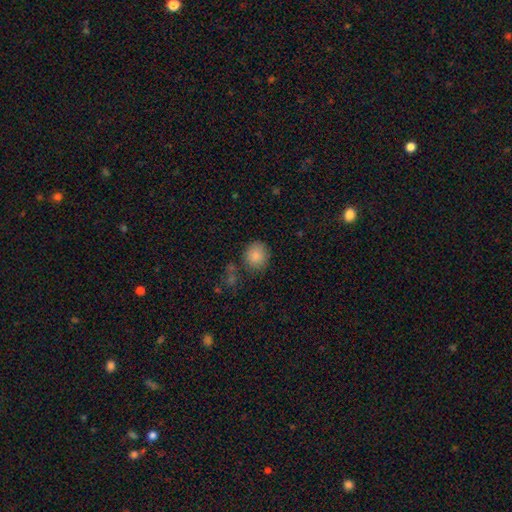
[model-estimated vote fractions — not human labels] smooth 86%, star or artifact 9%, featured or disk 5%. Down the decision tree: how rounded — round (80%); merging — none (75%).